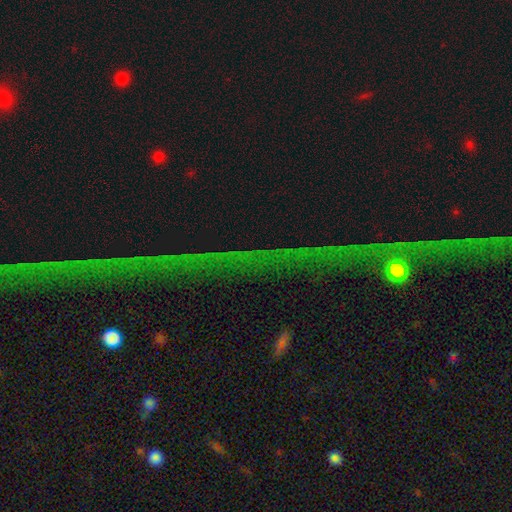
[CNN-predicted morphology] This appears to be a star or artifact, not a galaxy (82%).